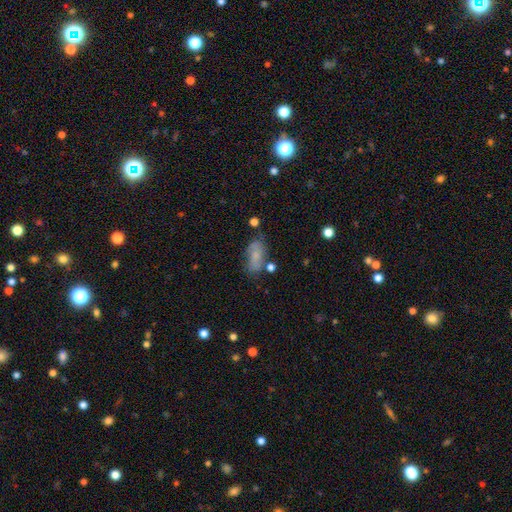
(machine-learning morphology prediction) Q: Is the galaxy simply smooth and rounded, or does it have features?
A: smooth — 62%.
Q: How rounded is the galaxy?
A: in between — 85%.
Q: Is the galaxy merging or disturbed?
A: none — 62%.